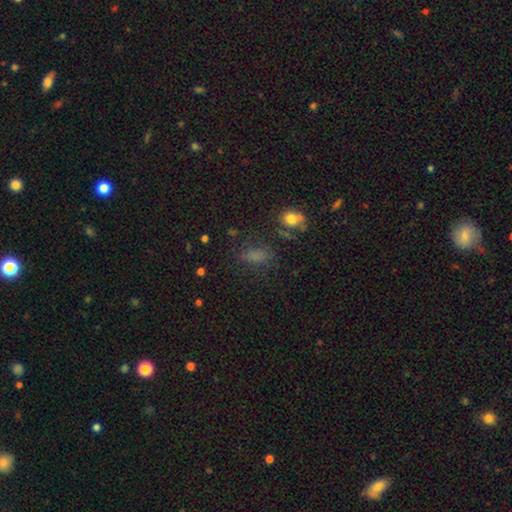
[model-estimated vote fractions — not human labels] This appears to be a smooth galaxy with no disk features (67%) that is in between round and cigar-shaped (76%). Merging: none (66%).